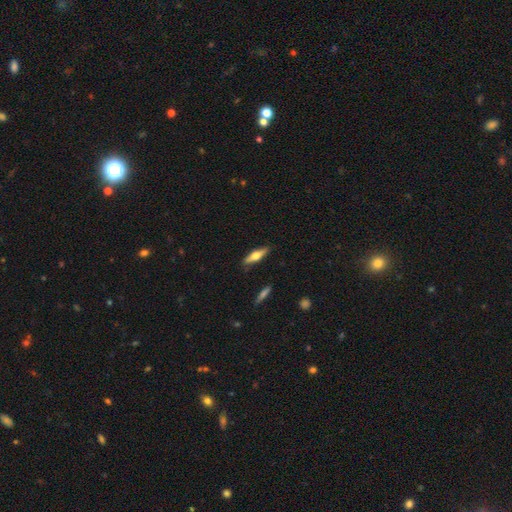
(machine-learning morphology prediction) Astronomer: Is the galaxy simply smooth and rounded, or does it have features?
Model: featured or disk — 53% (runner-up: smooth, 41%).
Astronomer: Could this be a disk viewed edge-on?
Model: yes — 94%.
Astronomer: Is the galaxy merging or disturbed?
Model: none — 87%.